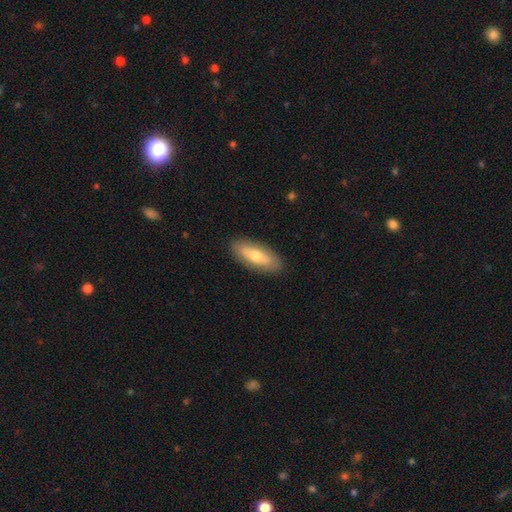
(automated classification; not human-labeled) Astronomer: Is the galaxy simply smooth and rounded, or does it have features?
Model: smooth — 58% (runner-up: featured or disk, 36%).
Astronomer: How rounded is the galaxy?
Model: in between — 75%.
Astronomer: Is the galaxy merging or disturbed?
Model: none — 88%.